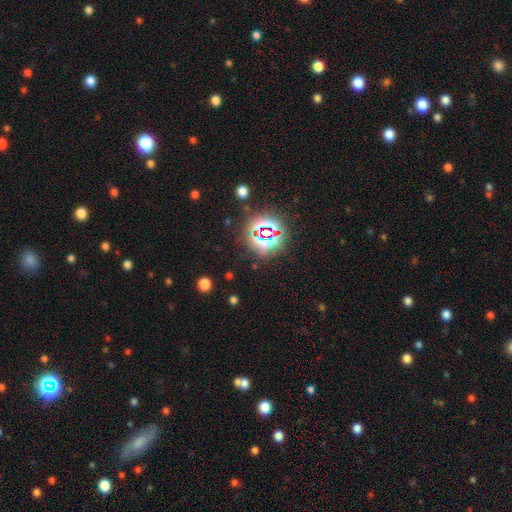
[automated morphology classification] smooth_or_featured: star or artifact (p=0.82) [alt: smooth p=0.11]